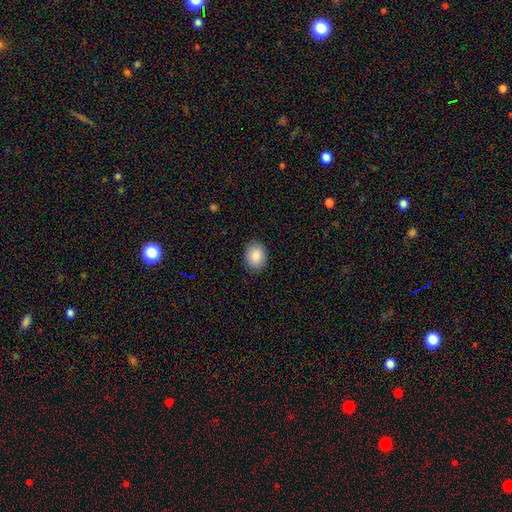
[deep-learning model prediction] This is clearly a smooth galaxy (88%). How rounded: possibly in between (57%). Merging: clearly none (89%).